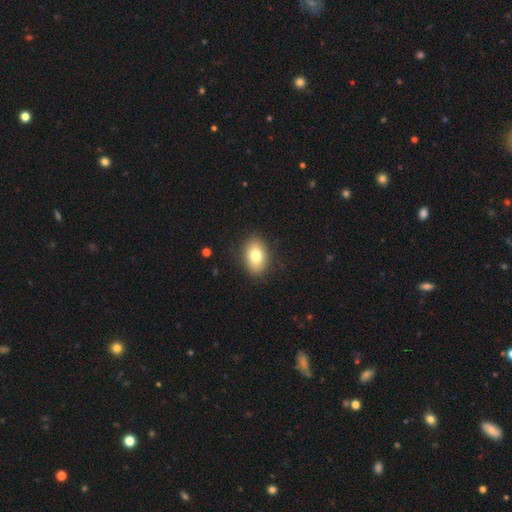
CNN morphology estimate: type=smooth (80%); roundness=in between (81%); merging=none (86%).